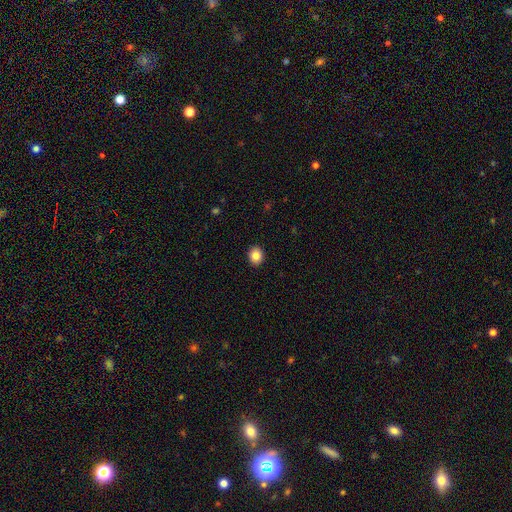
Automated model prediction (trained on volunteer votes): This is clearly a smooth galaxy (85%). How rounded: likely round (65%). Merging: clearly none (92%).